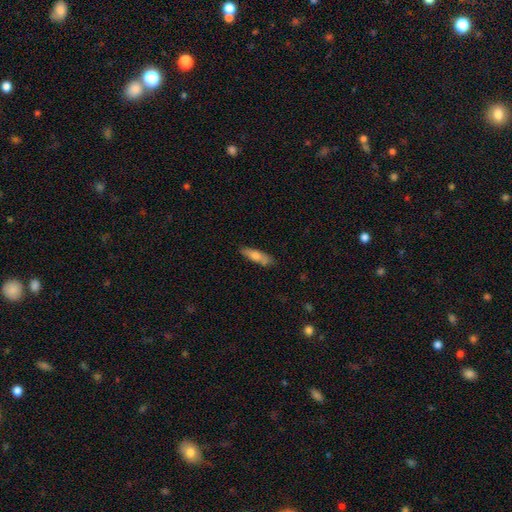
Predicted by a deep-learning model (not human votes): A smooth galaxy with no disk features (64%) that is cigar-shaped (71%). Merging: none (80%).